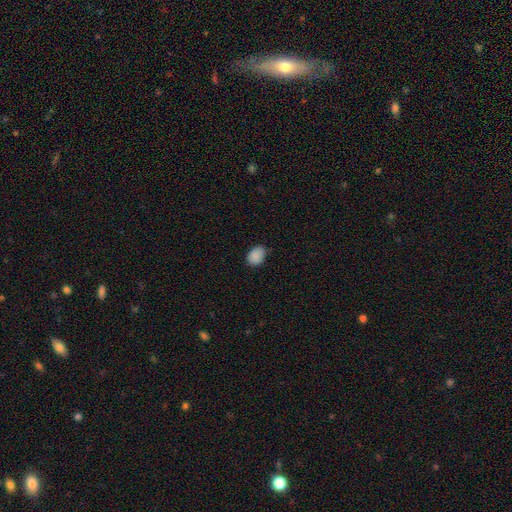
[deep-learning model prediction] This appears to be a smooth galaxy with no disk features (88%) that is in between round and cigar-shaped (71%). Merging: none (79%).